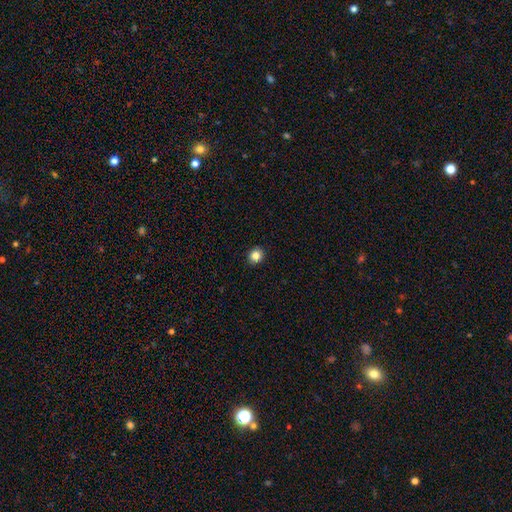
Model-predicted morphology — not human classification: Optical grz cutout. It shows a smooth galaxy with no disk features (84%) that is round (83%). Merging: none (92%).